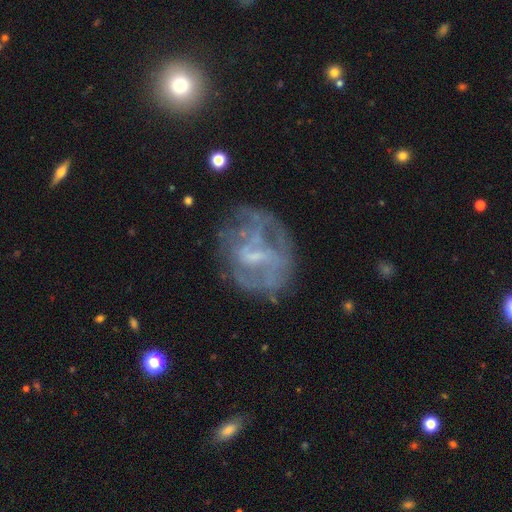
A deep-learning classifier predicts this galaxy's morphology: The model was most divided on "bar": weak: 46%, no: 39%, strong: 15%. Remaining: edge-on disk — no (97%); smooth or featured — featured or disk (69%); spiral arms — no (56%); merging — none (53%); bulge size — small (45%).